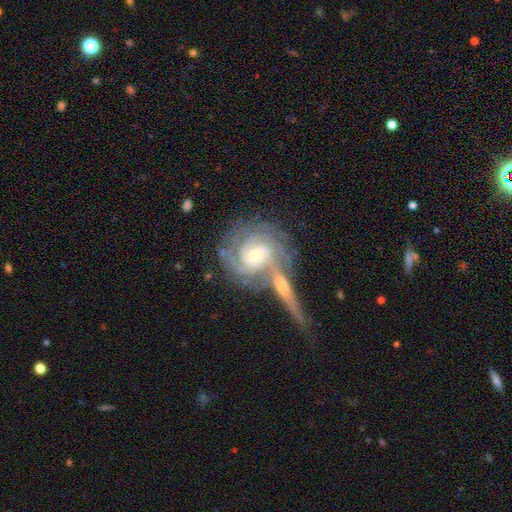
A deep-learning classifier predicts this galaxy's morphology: smooth_or_featured: featured or disk (p=0.88) [alt: smooth p=0.07]
disk_edge_on: no (p=0.95) [alt: yes p=0.05]
bar: no (p=0.65) [alt: weak p=0.27]
has_spiral_arms: yes (p=0.97) [alt: no p=0.03]
spiral_winding: tight (p=0.76) [alt: medium p=0.21]
spiral_arm_count: 3 (p=0.28) [alt: can't tell p=0.23]
bulge_size: small (p=0.52) [alt: moderate p=0.43]
merging: merger (p=0.42) [alt: none p=0.39]